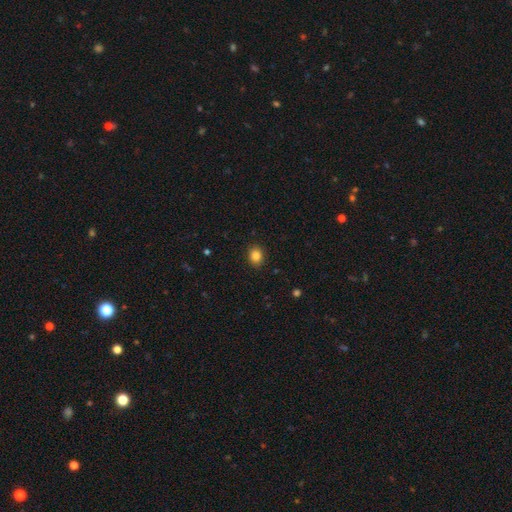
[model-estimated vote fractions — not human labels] Smooth or featured? smooth (85%)
How rounded? round (59%)
Merging? none (90%)